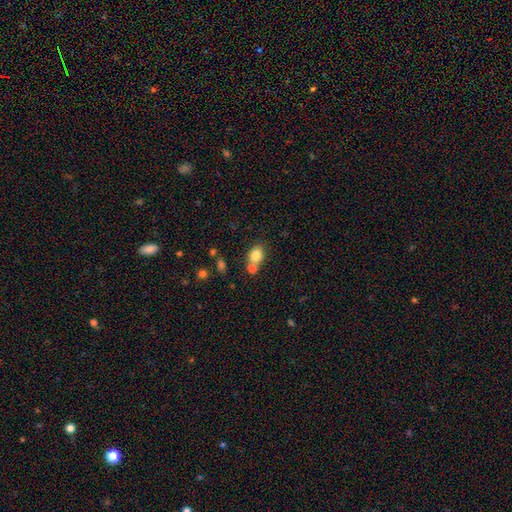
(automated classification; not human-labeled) Smooth or featured? smooth (81%)
How rounded? in between (63%)
Merging? none (56%)